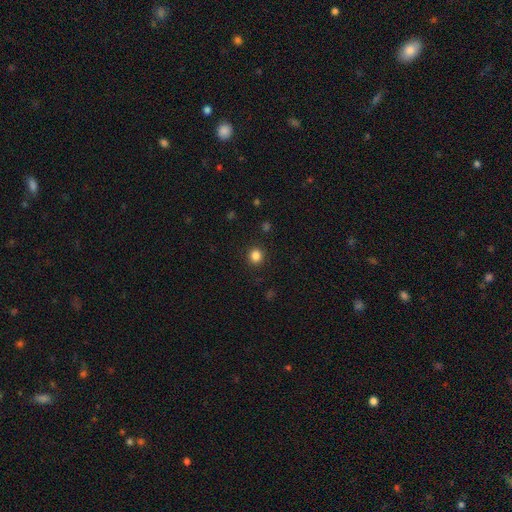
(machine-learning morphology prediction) smooth-or-featured: smooth: 84% | star or artifact: 12% | featured or disk: 4%
  how-rounded: round: 89% | in between: 10% | cigar-shaped: 1%
  merging: none: 91% | minor disturbance: 6% | major disturbance: 2% | merger: 1%